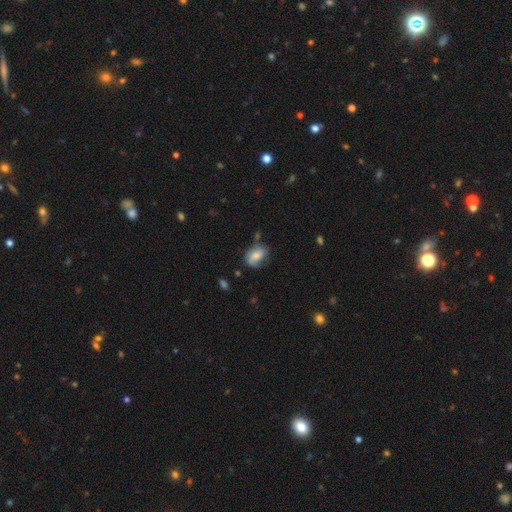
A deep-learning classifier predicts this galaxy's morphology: A smooth galaxy with no disk features (54%) that is in between round and cigar-shaped (73%).

Vote fractions:
- Smooth or featured? smooth: 54% / featured or disk: 37% / star or artifact: 9%
- How rounded? in between: 73% / round: 26% / cigar-shaped: 1%
- Merging? none: 52% / minor disturbance: 30% / major disturbance: 14% / merger: 4%